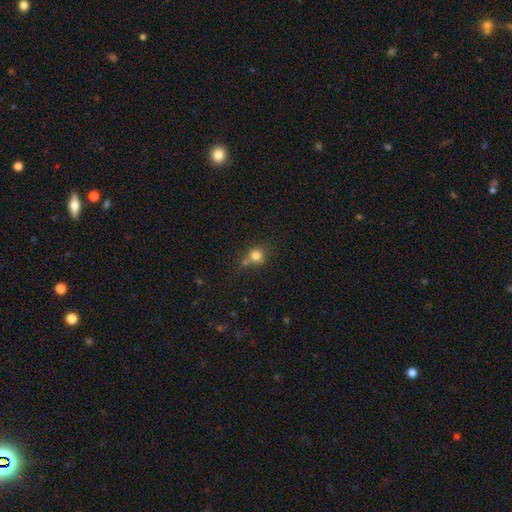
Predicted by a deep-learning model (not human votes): This appears to be a smooth galaxy with no disk features (78%) that is round (83%). Merging: none (52%).